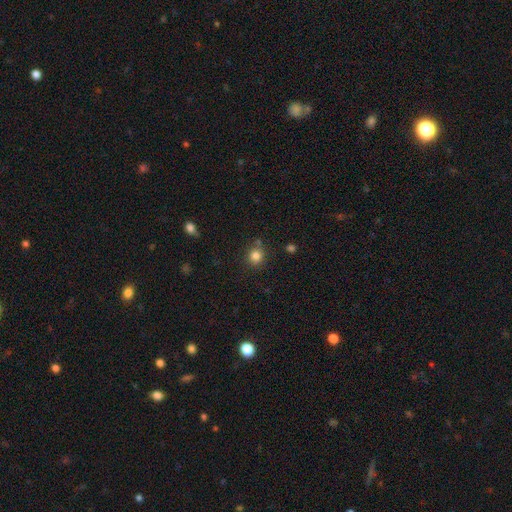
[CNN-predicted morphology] smooth 82%, star or artifact 12%, featured or disk 5%. Down the decision tree: how rounded — round (88%); merging — none (81%).